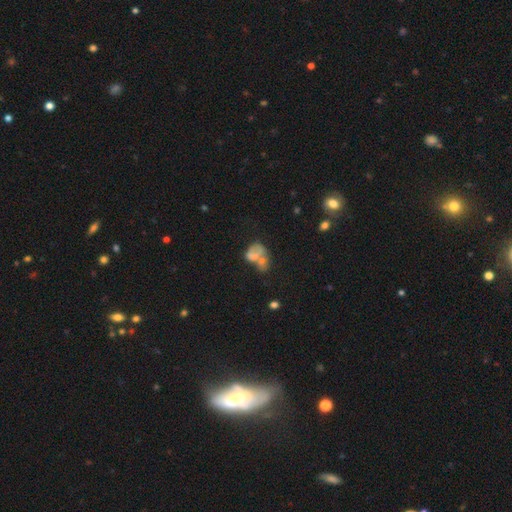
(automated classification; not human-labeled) Overall: smooth (58%; featured or disk 29%). How rounded: in between (70%). Merging: merger (55%; none 19%).